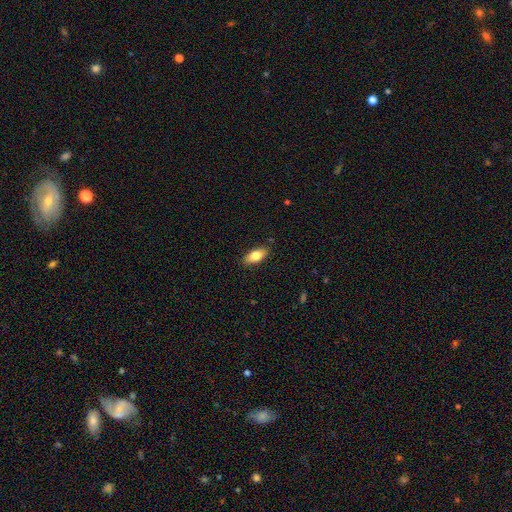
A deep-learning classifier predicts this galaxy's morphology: Overall: smooth (79%). How rounded: in between (85%). Merging: none (87%).